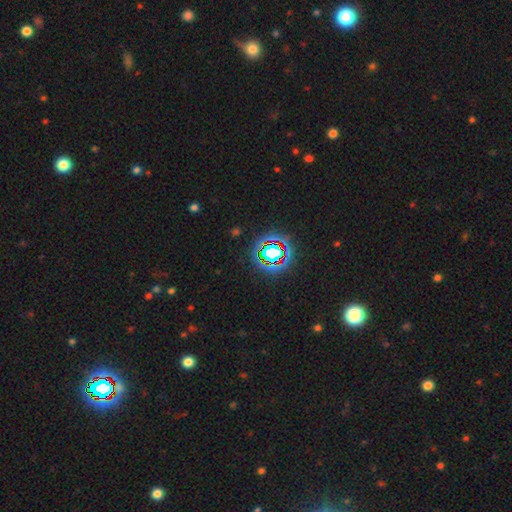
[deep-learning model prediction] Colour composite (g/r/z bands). It shows a star or artifact, not a galaxy (78%).